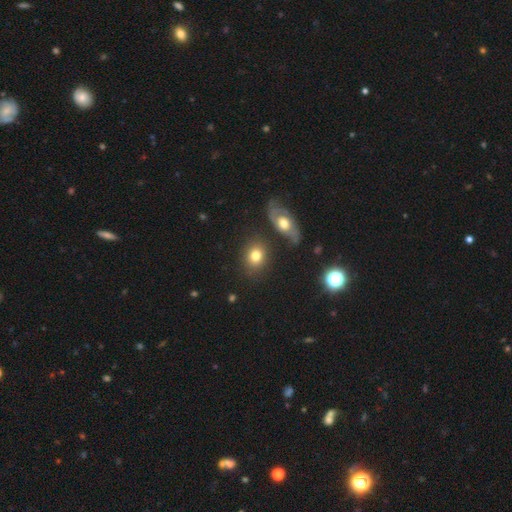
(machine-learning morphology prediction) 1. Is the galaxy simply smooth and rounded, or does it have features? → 75% smooth, 14% featured or disk, 11% star or artifact.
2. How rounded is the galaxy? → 59% round, 39% in between, 1% cigar-shaped.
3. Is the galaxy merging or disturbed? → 77% none, 11% minor disturbance, 8% merger, 4% major disturbance.